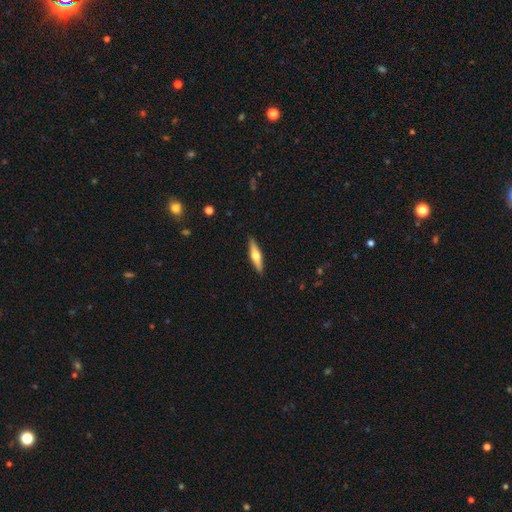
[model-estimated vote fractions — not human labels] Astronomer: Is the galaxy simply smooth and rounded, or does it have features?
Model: featured or disk — 54% (runner-up: smooth, 41%).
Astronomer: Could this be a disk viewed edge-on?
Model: yes — 94%.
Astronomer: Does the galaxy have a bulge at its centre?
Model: rounded — 94%.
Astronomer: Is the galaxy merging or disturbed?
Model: none — 91%.